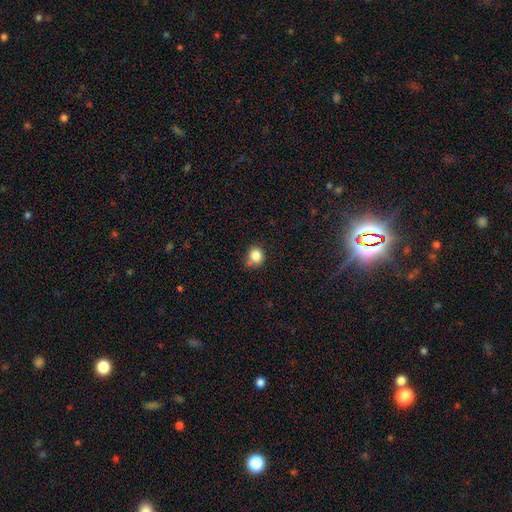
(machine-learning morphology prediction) Smooth or featured: smooth — 84% (star or artifact — 11%)
How rounded: round — 78% (in between — 21%)
Merging: none — 68% (minor disturbance — 18%)